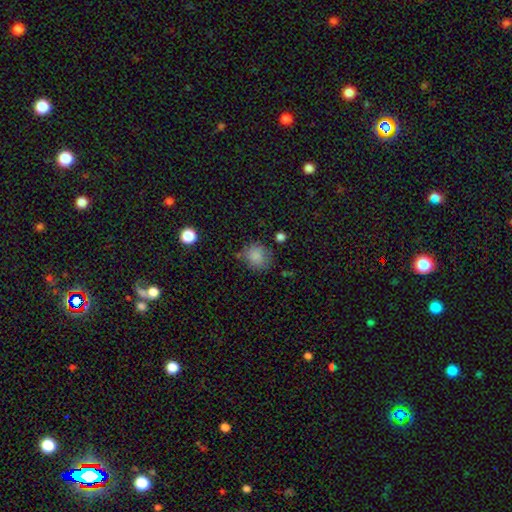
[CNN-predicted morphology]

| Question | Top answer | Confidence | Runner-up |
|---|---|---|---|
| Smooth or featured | smooth | 84% | star or artifact (10%) |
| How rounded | round | 74% | in between (25%) |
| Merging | none | 68% | minor disturbance (21%) |